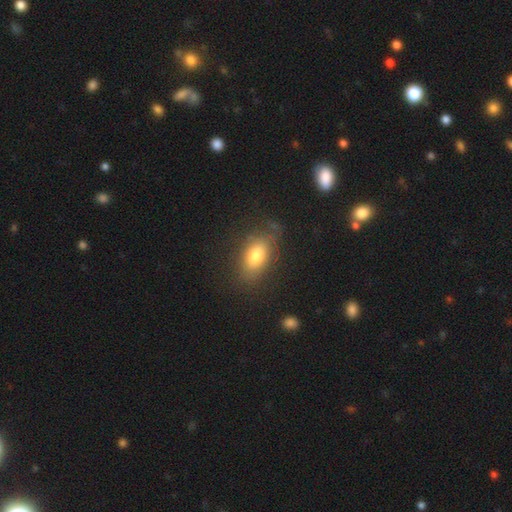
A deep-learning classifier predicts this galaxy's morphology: smooth 75%, featured or disk 16%, star or artifact 9%. Down the decision tree: how rounded — in between (87%); merging — none (71%).